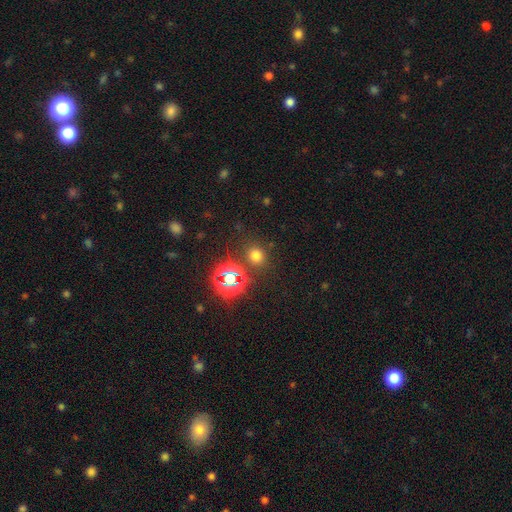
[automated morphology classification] A smooth galaxy with no disk features (64%) that is round (76%). Merging: none (83%).